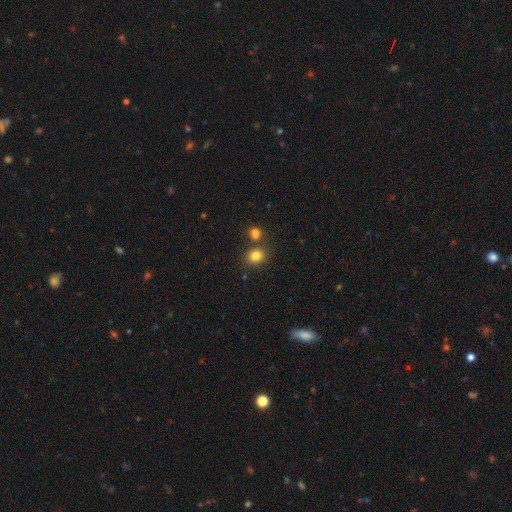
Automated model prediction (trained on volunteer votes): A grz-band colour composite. It shows a smooth galaxy with no disk features (82%) that is round (70%). Merging: none (71%).